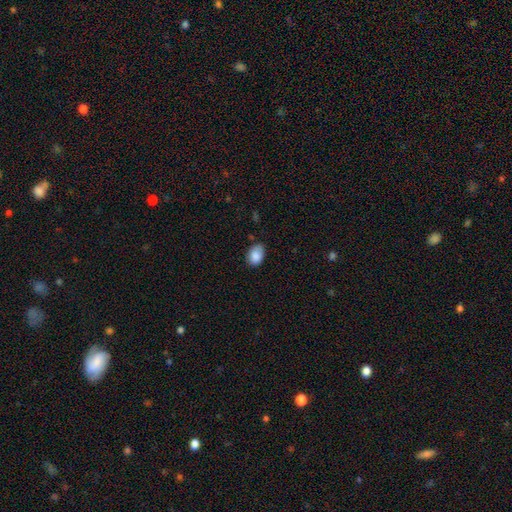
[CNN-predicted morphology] The model was most divided on "merging": none: 71%, minor disturbance: 24%, major disturbance: 4%, merger: 2%. More confident: smooth or featured — smooth (88%); how rounded — in between (78%).